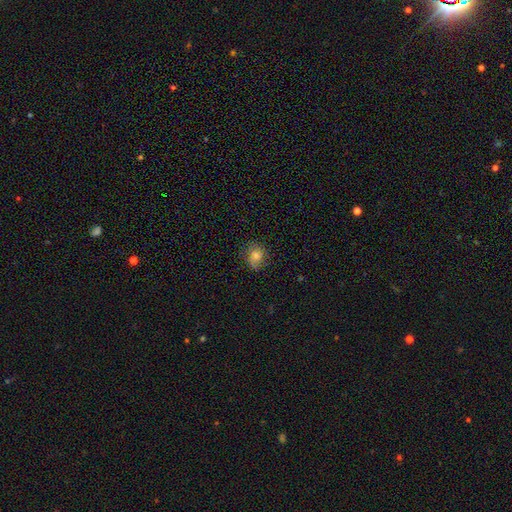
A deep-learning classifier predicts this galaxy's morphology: The model was most divided on "how rounded": round: 67%, in between: 32%, cigar-shaped: 1%. More confident: merging — none (73%); smooth or featured — smooth (68%).